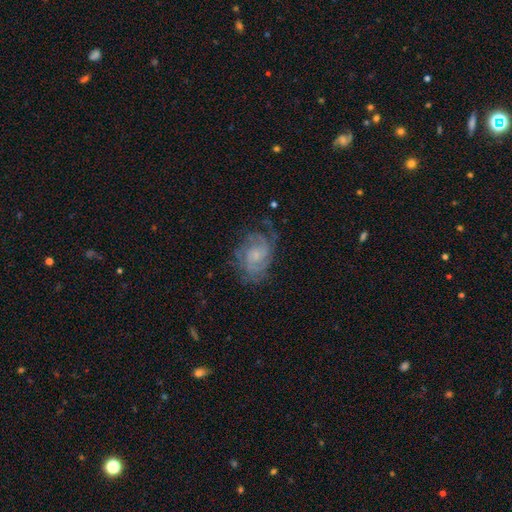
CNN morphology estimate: This appears to be a featured or disk galaxy (77%) with no bar (64%), tight (50%) spiral arms (93%) and a small central bulge (64%). Merging: none (64%).